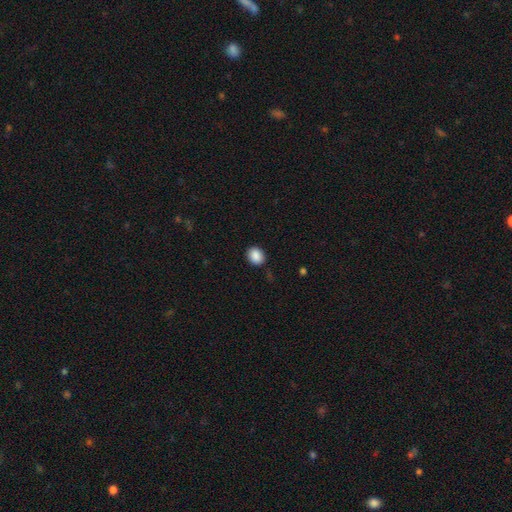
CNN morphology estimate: Smooth or featured? smooth (89%)
How rounded? round (57%)
Merging? none (87%)